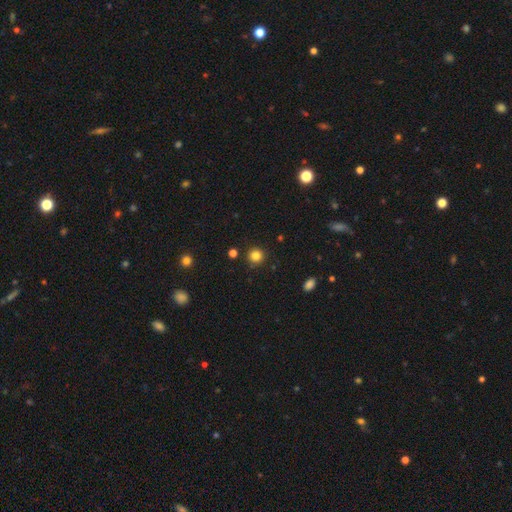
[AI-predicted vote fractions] This appears to be a smooth galaxy with no disk features (83%) that is round (94%). Merging: none (90%).